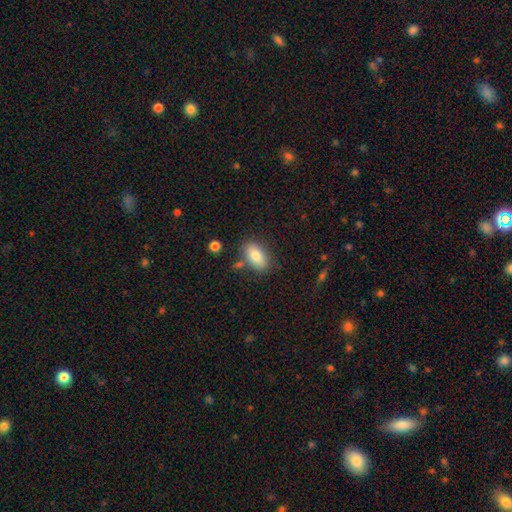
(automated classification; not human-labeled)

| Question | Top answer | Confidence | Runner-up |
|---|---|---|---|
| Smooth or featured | smooth | 82% | featured or disk (11%) |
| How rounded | in between | 90% | round (6%) |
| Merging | none | 77% | minor disturbance (13%) |